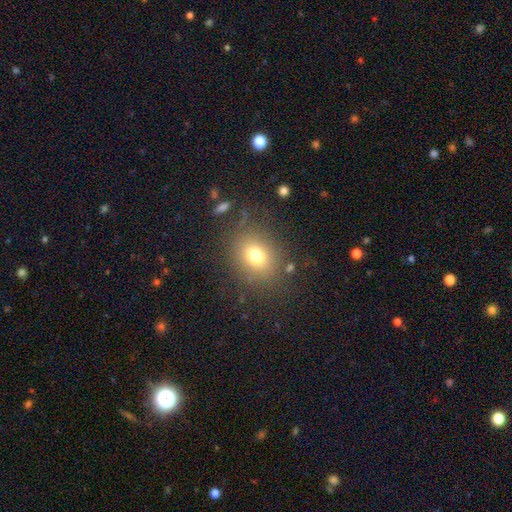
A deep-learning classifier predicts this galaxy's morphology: Q: Smooth or featured?
A: smooth (74%); runner-up: star or artifact (15%)
Q: How rounded?
A: round (56%); runner-up: in between (42%)
Q: Merging?
A: none (81%); runner-up: minor disturbance (11%)